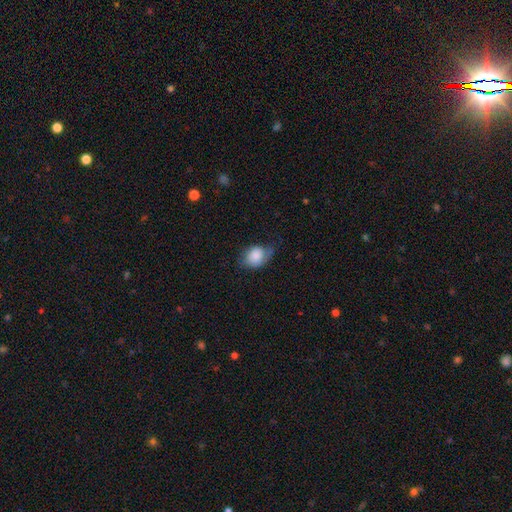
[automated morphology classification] A smooth galaxy with no disk features (80%) that is in between round and cigar-shaped (59%). Merging: none (45%).